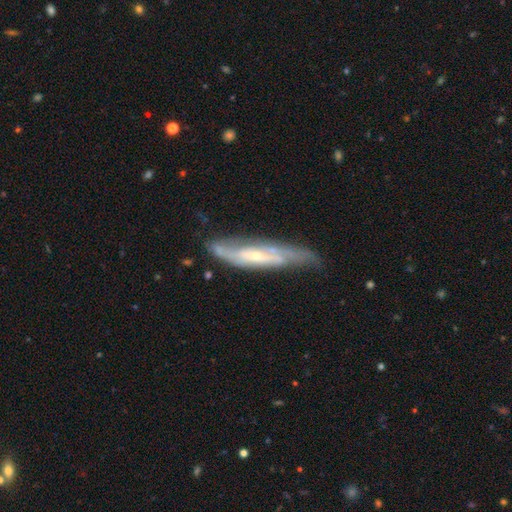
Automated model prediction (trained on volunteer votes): smooth_or_featured: featured or disk (p=0.78) [alt: smooth p=0.17]
disk_edge_on: no (p=0.58) [alt: yes p=0.42]
merging: none (p=0.64) [alt: minor disturbance p=0.25]